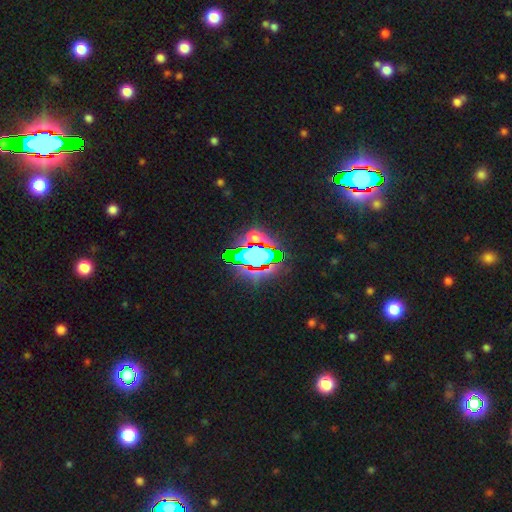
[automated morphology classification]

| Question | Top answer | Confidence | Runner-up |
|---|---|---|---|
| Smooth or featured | star or artifact | 57% | smooth (22%) |